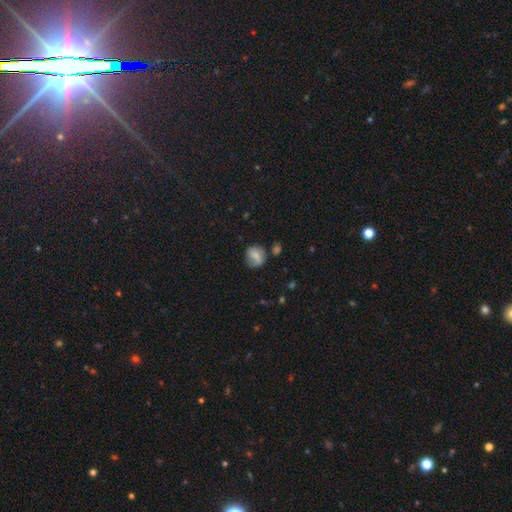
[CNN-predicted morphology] The model was most divided on "how rounded": round: 64%, in between: 34%, cigar-shaped: 2%. More confident: smooth or featured — smooth (67%); merging — none (59%).